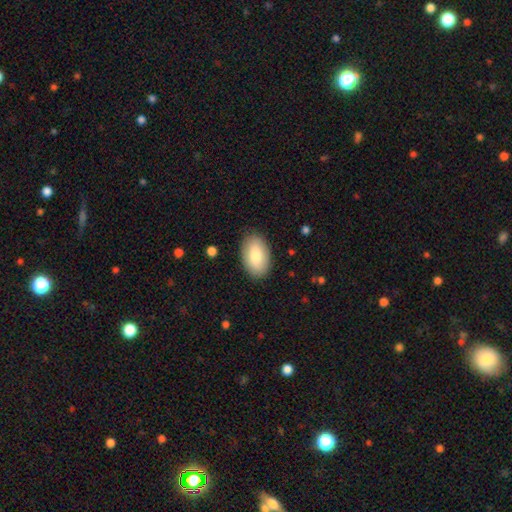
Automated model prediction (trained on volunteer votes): The model was most divided on "smooth or featured": smooth: 79%, featured or disk: 15%, star or artifact: 6%. More confident: how rounded — in between (93%); merging — none (87%).